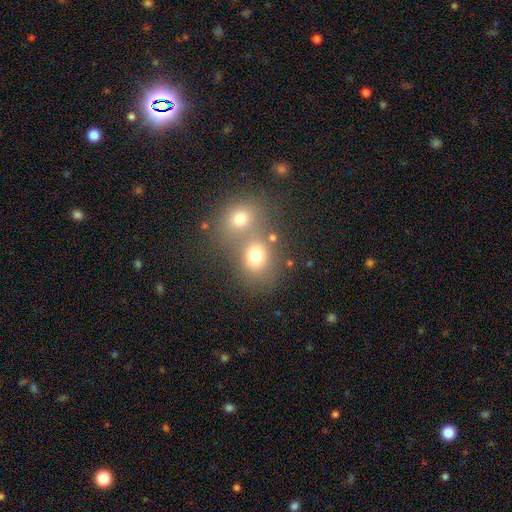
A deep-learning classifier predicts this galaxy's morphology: smooth-or-featured: smooth: 73% | star or artifact: 15% | featured or disk: 12%
  how-rounded: round: 65% | in between: 34% | cigar-shaped: 1%
  merging: merger: 47% | none: 41% | minor disturbance: 8% | major disturbance: 4%